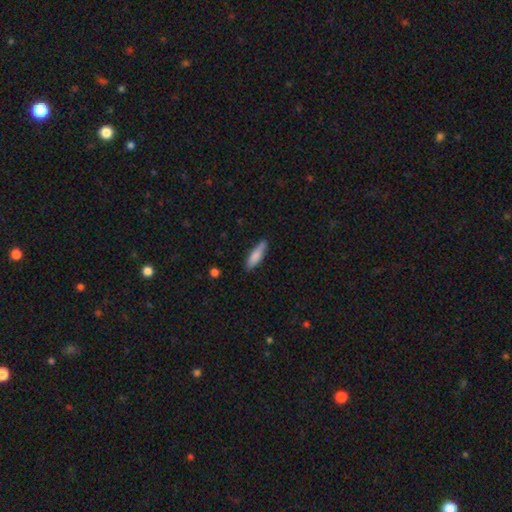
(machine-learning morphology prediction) smooth-or-featured: smooth: 79% | featured or disk: 15% | star or artifact: 6%
  how-rounded: cigar-shaped: 67% | in between: 31% | round: 2%
  merging: none: 79% | minor disturbance: 16% | major disturbance: 3% | merger: 2%